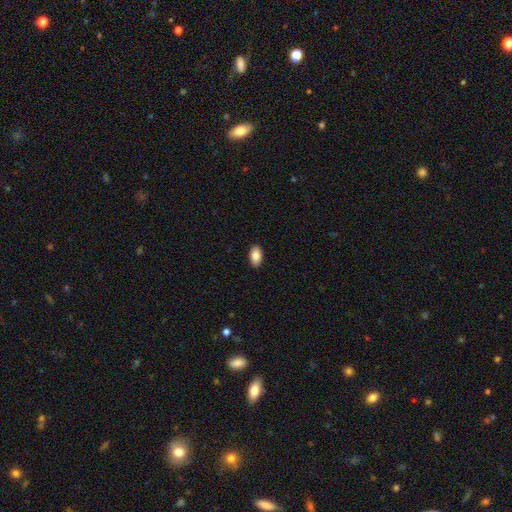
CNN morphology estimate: Smooth or featured? smooth (86%)
How rounded? in between (94%)
Merging? none (90%)